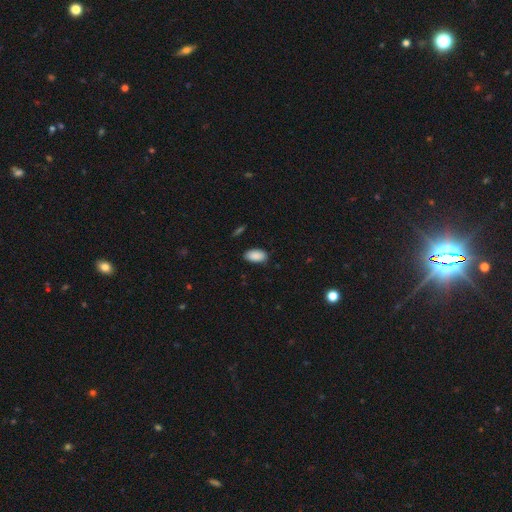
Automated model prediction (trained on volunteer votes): Smooth or featured?
  - smooth: 90% *
  - star or artifact: 7%
  - featured or disk: 4%
How rounded?
  - in between: 95% *
  - round: 3%
  - cigar-shaped: 2%
Merging?
  - none: 85% *
  - minor disturbance: 11%
  - major disturbance: 2%
  - merger: 1%